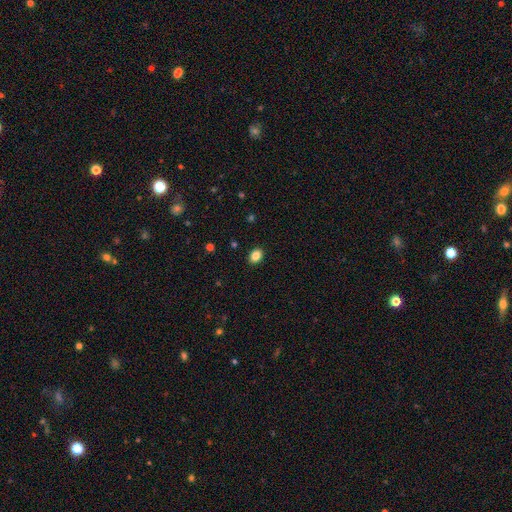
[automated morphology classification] This appears to be a smooth galaxy with no disk features (85%) that is in between round and cigar-shaped (65%). Merging: none (90%).